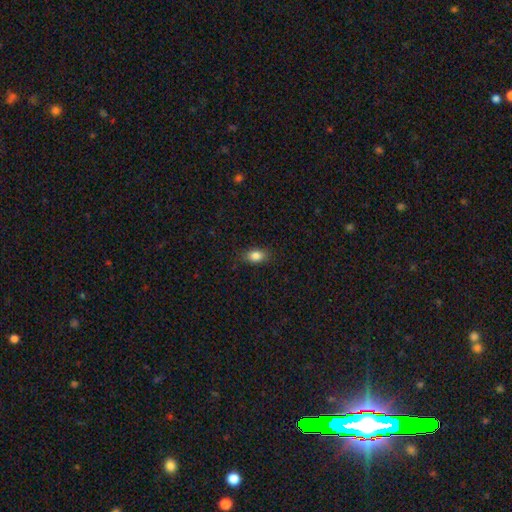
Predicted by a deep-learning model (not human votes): The model was most divided on "how rounded": in between: 84%, round: 13%, cigar-shaped: 3%. More confident: merging — none (85%); smooth or featured — smooth (84%).